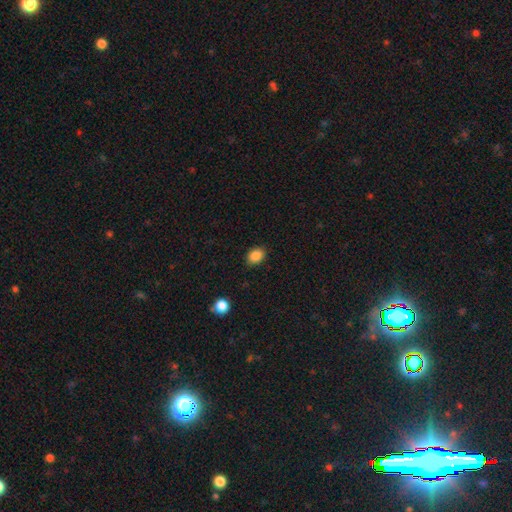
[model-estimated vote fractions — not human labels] This is clearly a smooth galaxy (87%). How rounded: likely in between (67%). Merging: clearly none (87%).